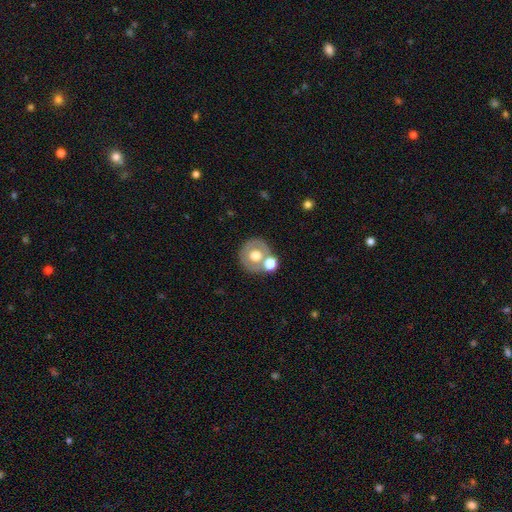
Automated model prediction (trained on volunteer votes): Q: Smooth or featured?
A: smooth (49%); runner-up: featured or disk (43%)
Q: Merging?
A: none (60%); runner-up: merger (24%)